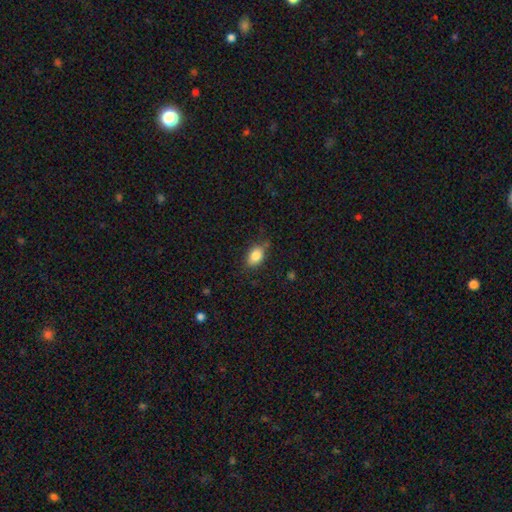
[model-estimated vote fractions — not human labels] smooth-or-featured: smooth: 84% | star or artifact: 9% | featured or disk: 8%
  how-rounded: in between: 82% | round: 17% | cigar-shaped: 2%
  merging: none: 77% | minor disturbance: 16% | major disturbance: 4% | merger: 3%